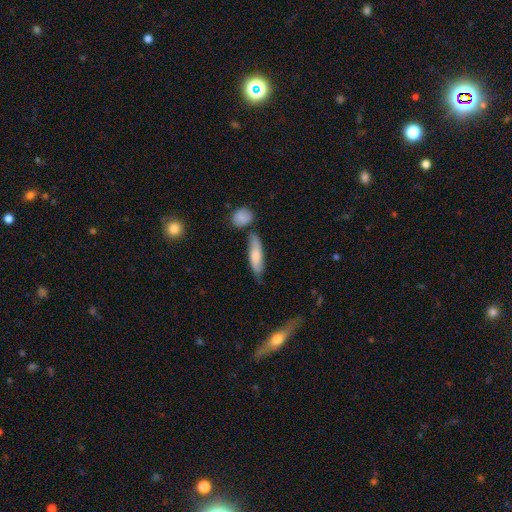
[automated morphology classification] smooth 69%, featured or disk 25%, star or artifact 6%. Down the decision tree: how rounded — cigar-shaped (60%); merging — none (62%).